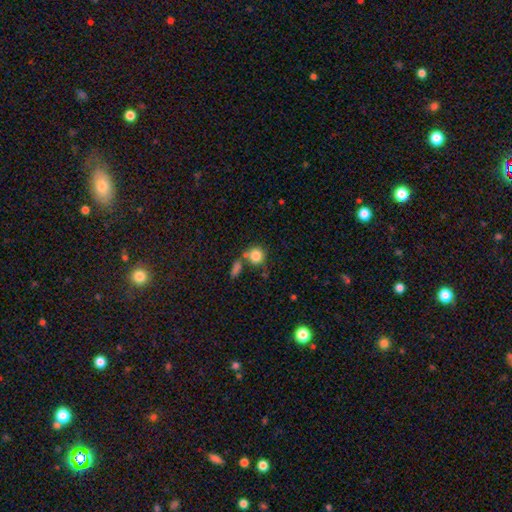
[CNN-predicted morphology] Smooth or featured? smooth (83%)
How rounded? round (85%)
Merging? none (57%)